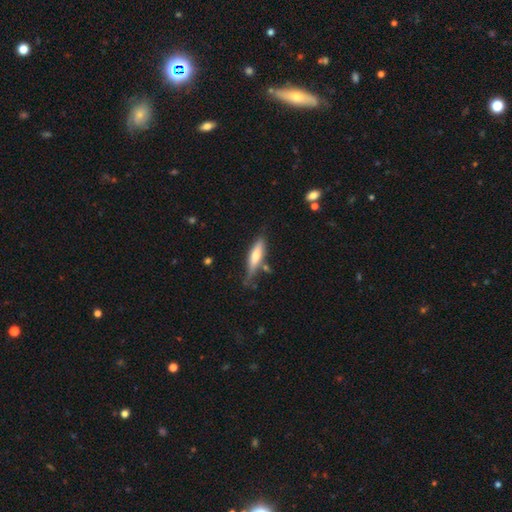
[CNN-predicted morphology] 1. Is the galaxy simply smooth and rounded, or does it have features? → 56% smooth, 38% featured or disk, 6% star or artifact.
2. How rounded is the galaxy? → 71% cigar-shaped, 27% in between, 2% round.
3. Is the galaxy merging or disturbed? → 65% none, 22% minor disturbance, 7% merger, 6% major disturbance.